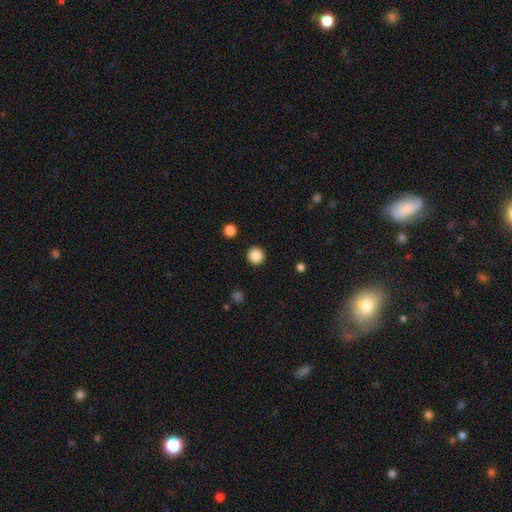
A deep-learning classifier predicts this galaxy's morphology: Overall: smooth (87%). How rounded: round (96%). Merging: none (93%).